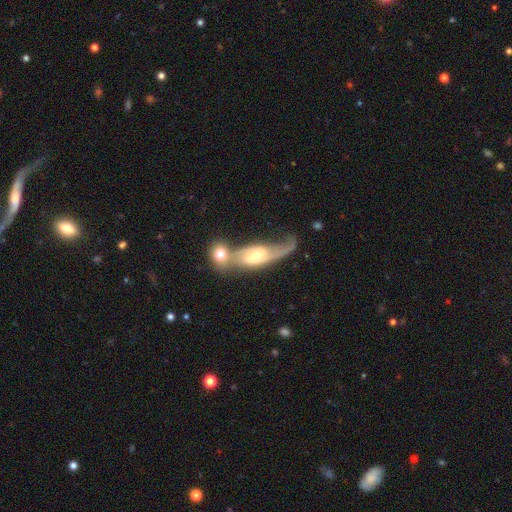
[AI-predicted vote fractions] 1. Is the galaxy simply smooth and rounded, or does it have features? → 75% featured or disk, 19% smooth, 6% star or artifact.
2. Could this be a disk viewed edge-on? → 85% no, 15% yes.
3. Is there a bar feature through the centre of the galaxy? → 52% no, 35% weak, 13% strong.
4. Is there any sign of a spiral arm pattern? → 88% yes, 12% no.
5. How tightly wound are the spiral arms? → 70% loose, 22% medium, 8% tight.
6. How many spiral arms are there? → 73% 2, 17% 1, 7% can't tell, 1% 3, 1% 4, 1% more than 4.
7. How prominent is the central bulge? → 56% moderate, 33% small, 7% large, 2% none, 2% dominant.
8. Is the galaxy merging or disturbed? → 50% merger, 24% none, 14% major disturbance, 12% minor disturbance.